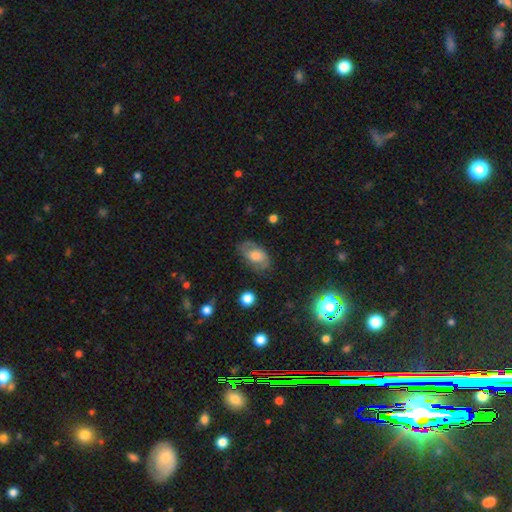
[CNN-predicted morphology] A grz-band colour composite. It shows a smooth galaxy with no disk features (52%) that is in between round and cigar-shaped (89%). Merging: none (66%).